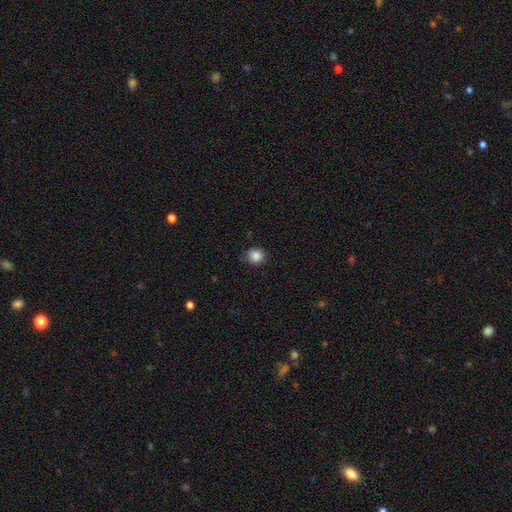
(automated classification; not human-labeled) Smooth or featured: smooth — 86% (star or artifact — 10%)
How rounded: round — 88% (in between — 11%)
Merging: none — 82% (minor disturbance — 14%)